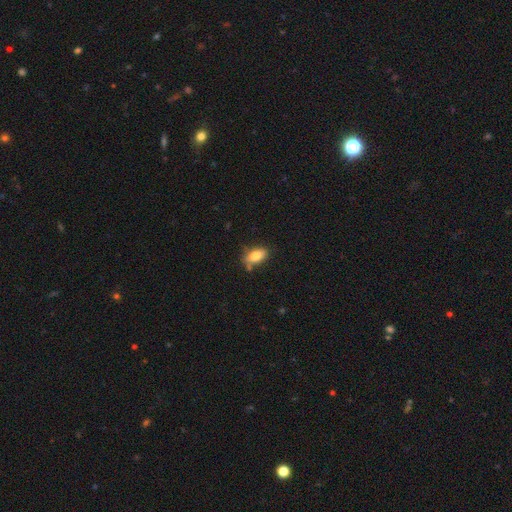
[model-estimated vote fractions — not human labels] The model was most divided on "merging": none: 67%, minor disturbance: 21%, merger: 7%, major disturbance: 4%. More confident: how rounded — in between (89%); smooth or featured — smooth (79%).